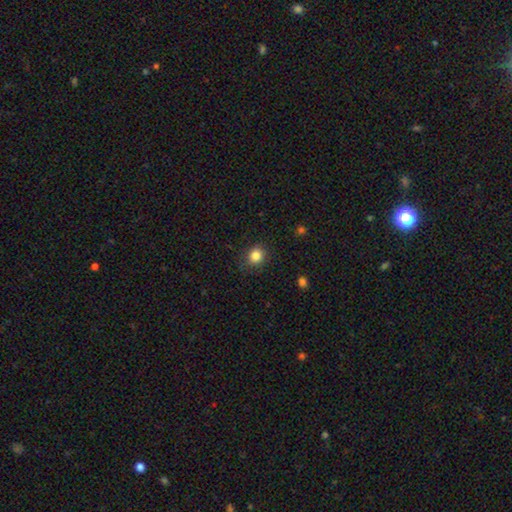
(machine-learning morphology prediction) smooth_or_featured: smooth (p=0.85) [alt: star or artifact p=0.10]
how_rounded: round (p=0.68) [alt: in between p=0.31]
merging: none (p=0.83) [alt: minor disturbance p=0.13]